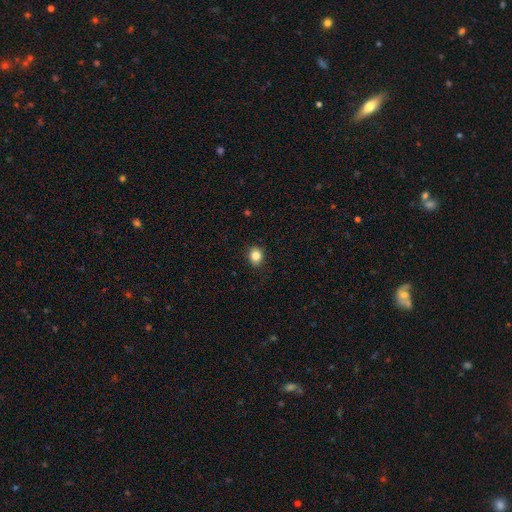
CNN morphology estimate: type=smooth (85%); roundness=round (66%); merging=none (90%).